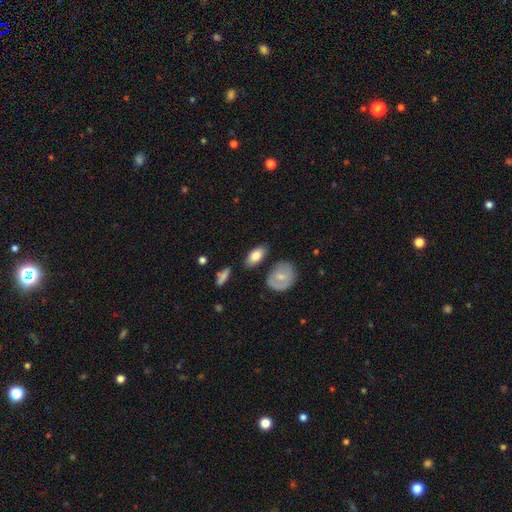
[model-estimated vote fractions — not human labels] Q: Smooth or featured?
A: smooth (80%); runner-up: featured or disk (14%)
Q: How rounded?
A: in between (89%); runner-up: cigar-shaped (5%)
Q: Merging?
A: none (77%); runner-up: minor disturbance (14%)